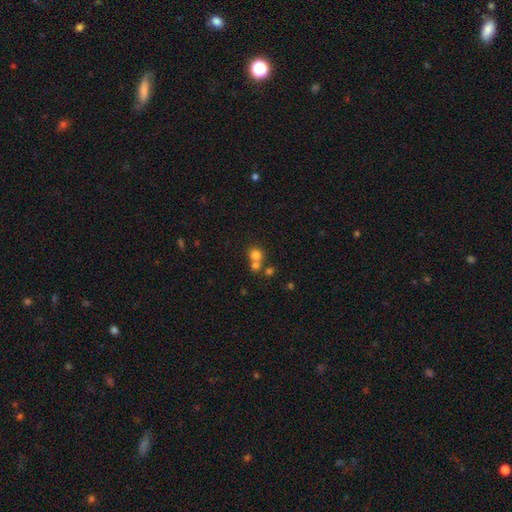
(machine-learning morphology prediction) A smooth galaxy with no disk features (74%) that is round (85%).

Vote fractions:
- Smooth or featured? smooth: 74% / star or artifact: 15% / featured or disk: 11%
- How rounded? round: 85% / in between: 14% / cigar-shaped: 1%
- Merging? merger: 46% / none: 45% / minor disturbance: 6% / major disturbance: 3%